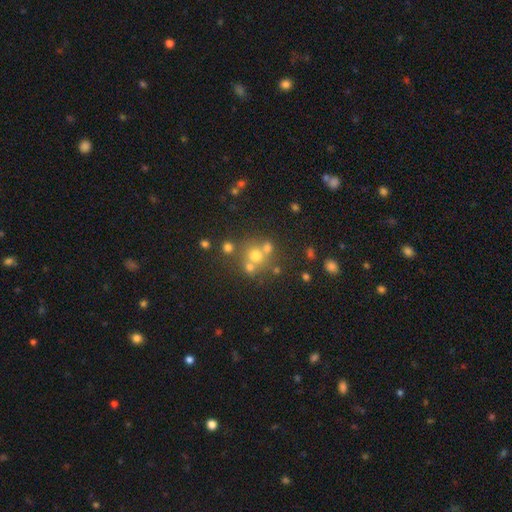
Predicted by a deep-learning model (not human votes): Smooth or featured? Predicted: smooth (p=0.60). How rounded? Predicted: round (p=0.86). Merging? Predicted: none (p=0.54).